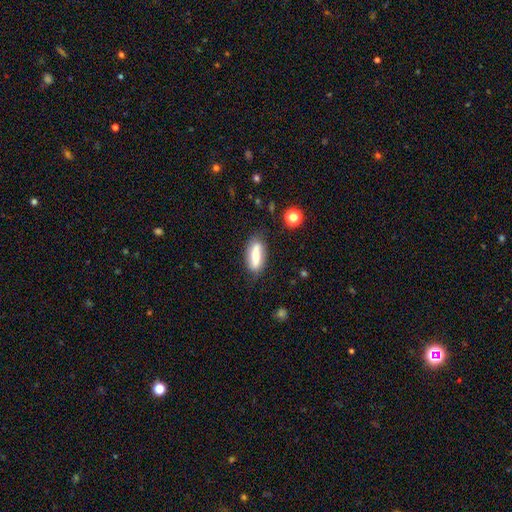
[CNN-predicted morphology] Smooth or featured? Predicted: smooth (p=0.54). How rounded? Predicted: in between (p=0.71). Merging? Predicted: none (p=0.77).